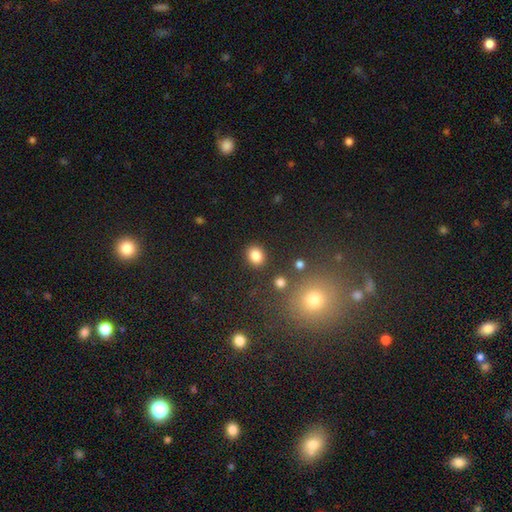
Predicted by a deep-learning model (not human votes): Morphology: type=smooth (84%); roundness=round (58%); merging=none (85%).